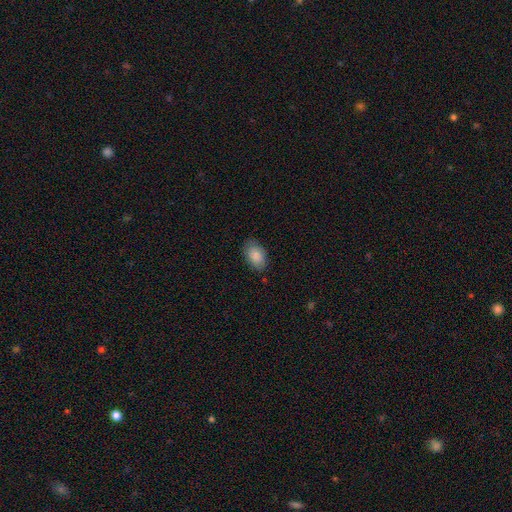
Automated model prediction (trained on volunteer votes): smooth 87%, star or artifact 6%, featured or disk 6%. Down the decision tree: how rounded — in between (91%); merging — none (82%).